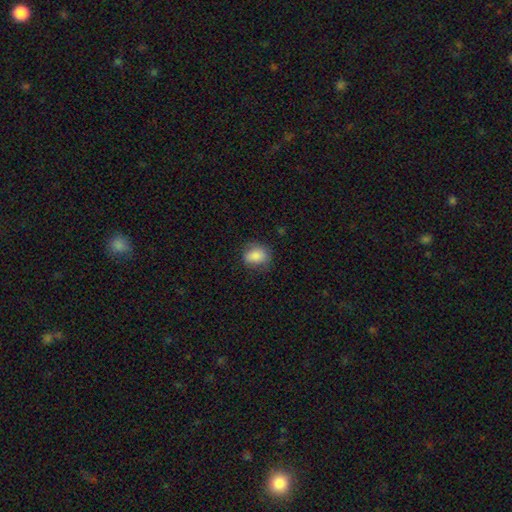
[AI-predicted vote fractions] smooth_or_featured: smooth (p=0.84) [alt: star or artifact p=0.08]
how_rounded: in between (p=0.57) [alt: round p=0.42]
merging: none (p=0.72) [alt: minor disturbance p=0.21]